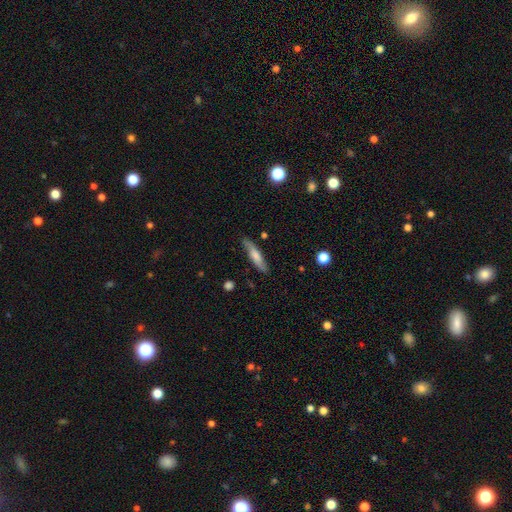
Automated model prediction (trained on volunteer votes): smooth_or_featured: smooth (p=0.63) [alt: featured or disk p=0.31]
how_rounded: cigar-shaped (p=0.81) [alt: in between p=0.17]
merging: none (p=0.81) [alt: minor disturbance p=0.14]